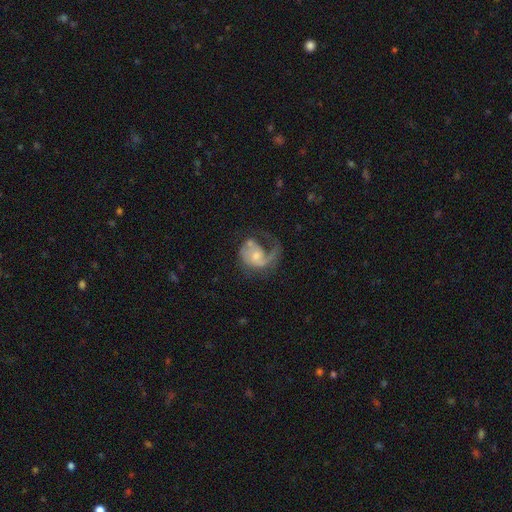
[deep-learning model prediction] Smooth or featured?
  - featured or disk: 76% *
  - smooth: 18%
  - star or artifact: 6%
Edge-on disk?
  - no: 98% *
  - yes: 2%
Bar?
  - no: 66% *
  - weak: 29%
  - strong: 5%
Spiral arms?
  - yes: 88% *
  - no: 12%
Spiral winding?
  - loose: 43% *
  - medium: 39%
  - tight: 18%
Spiral arm count?
  - 1: 70% *
  - 2: 21%
  - can't tell: 6%
  - 3: 2%
  - 4: 1%
  - more than 4: 1%
Bulge size?
  - moderate: 45% *
  - small: 41%
  - none: 7%
  - large: 5%
  - dominant: 1%
Merging?
  - major disturbance: 44% *
  - none: 35%
  - minor disturbance: 16%
  - merger: 6%